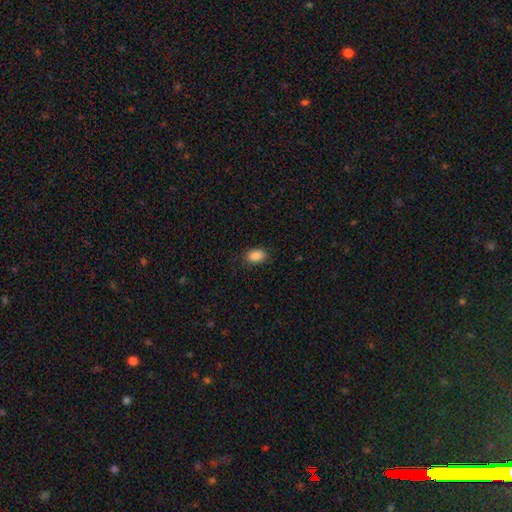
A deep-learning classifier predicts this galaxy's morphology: A smooth galaxy with no disk features (88%) that is in between round and cigar-shaped (83%).

Vote fractions:
- Smooth or featured? smooth: 88% / star or artifact: 8% / featured or disk: 4%
- How rounded? in between: 83% / round: 16% / cigar-shaped: 1%
- Merging? none: 84% / minor disturbance: 12% / major disturbance: 3% / merger: 1%